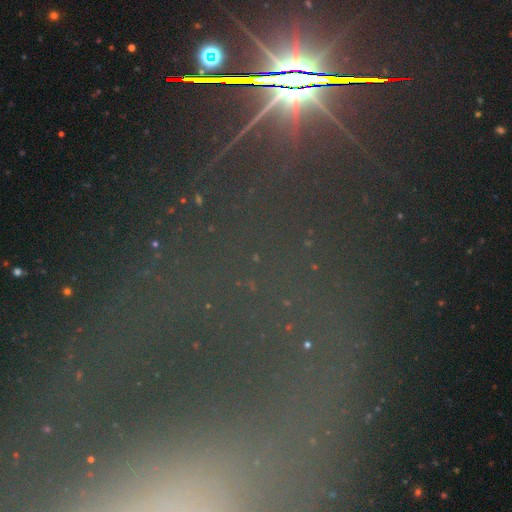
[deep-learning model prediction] A star or artifact, not a galaxy (75%).